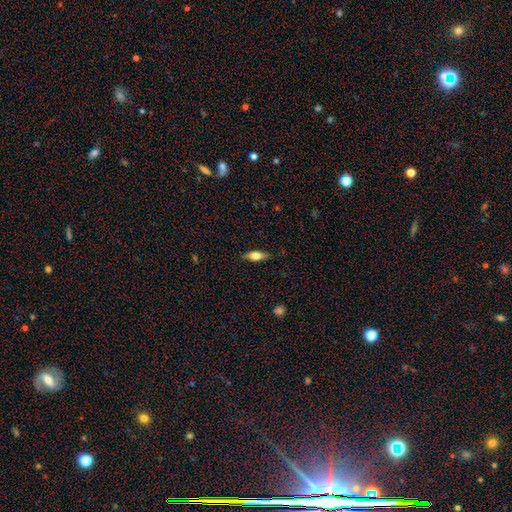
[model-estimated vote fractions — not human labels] smooth_or_featured: smooth (p=0.67) [alt: featured or disk p=0.25]
how_rounded: in between (p=0.71) [alt: cigar-shaped p=0.26]
merging: none (p=0.85) [alt: minor disturbance p=0.12]